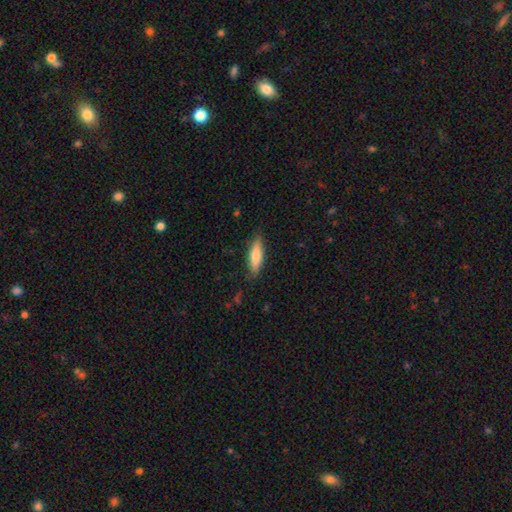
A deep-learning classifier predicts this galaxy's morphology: Q: Smooth or featured?
A: smooth (75%); runner-up: featured or disk (19%)
Q: How rounded?
A: cigar-shaped (59%); runner-up: in between (39%)
Q: Merging?
A: none (83%); runner-up: minor disturbance (13%)